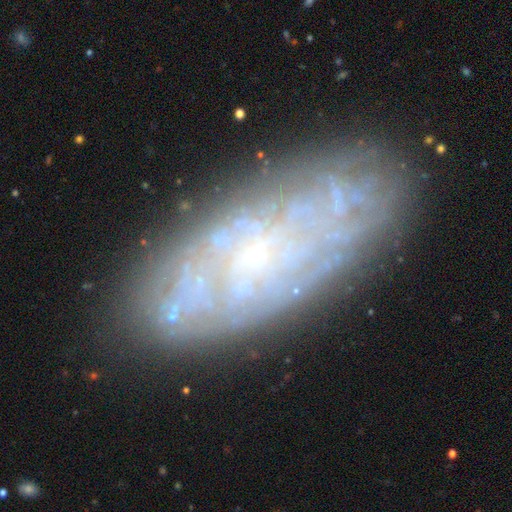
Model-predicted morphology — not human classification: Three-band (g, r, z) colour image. It shows a featured or disk galaxy (68%) with no bar (81%), spiral arms (52%) and a small central bulge (71%). Merging: none (75%).